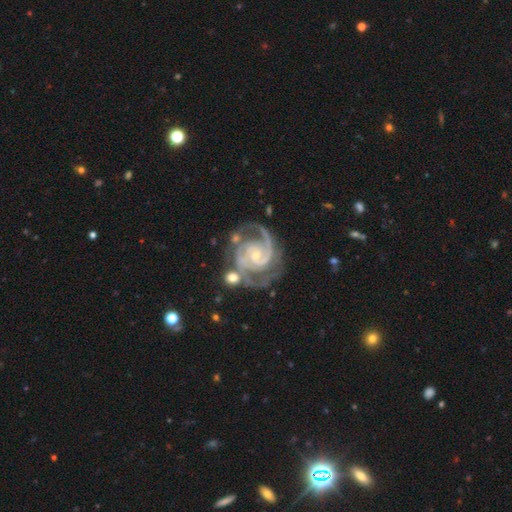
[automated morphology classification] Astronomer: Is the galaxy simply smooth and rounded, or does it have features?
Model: featured or disk — 92%.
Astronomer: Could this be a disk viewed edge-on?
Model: no — 98%.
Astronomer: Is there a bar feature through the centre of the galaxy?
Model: no — 58%.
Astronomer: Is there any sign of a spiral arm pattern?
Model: yes — 98%.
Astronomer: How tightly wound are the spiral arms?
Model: tight — 55% (runner-up: medium, 39%).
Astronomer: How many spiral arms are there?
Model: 2 — 64%.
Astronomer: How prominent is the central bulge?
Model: small — 71%.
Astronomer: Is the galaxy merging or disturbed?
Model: none — 62%.